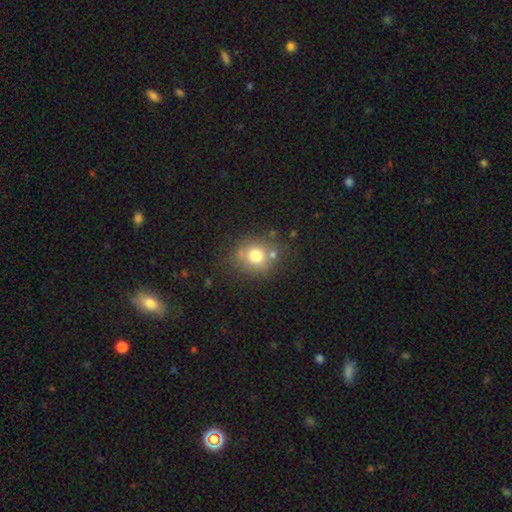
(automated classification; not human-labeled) A smooth galaxy with no disk features (74%) that is round (81%).

Vote fractions:
- Smooth or featured? smooth: 74% / featured or disk: 13% / star or artifact: 12%
- How rounded? round: 81% / in between: 18% / cigar-shaped: 1%
- Merging? none: 66% / minor disturbance: 15% / merger: 14% / major disturbance: 5%